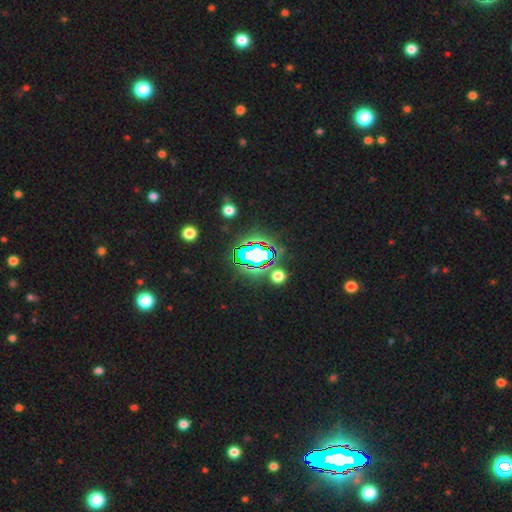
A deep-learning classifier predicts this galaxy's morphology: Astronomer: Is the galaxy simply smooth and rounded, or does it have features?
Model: star or artifact — 68%.